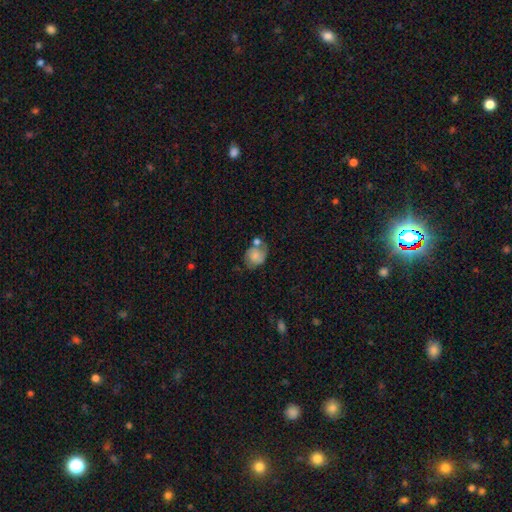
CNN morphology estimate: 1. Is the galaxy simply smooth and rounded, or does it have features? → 52% smooth, 39% featured or disk, 9% star or artifact.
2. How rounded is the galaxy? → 56% round, 43% in between, 1% cigar-shaped.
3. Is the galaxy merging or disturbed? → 38% none, 26% merger, 23% minor disturbance, 13% major disturbance.